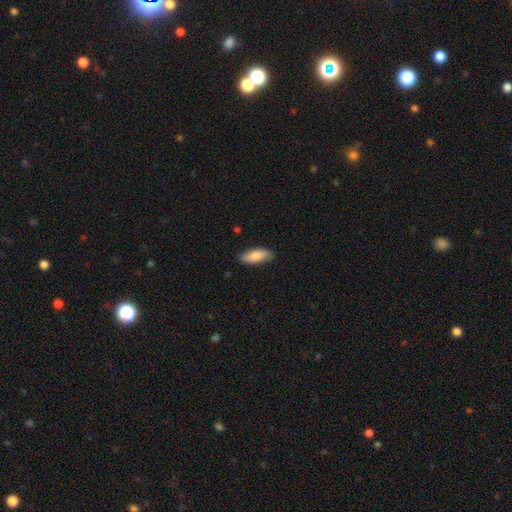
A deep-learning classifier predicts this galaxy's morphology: Smooth or featured? smooth (83%)
How rounded? in between (75%)
Merging? none (84%)